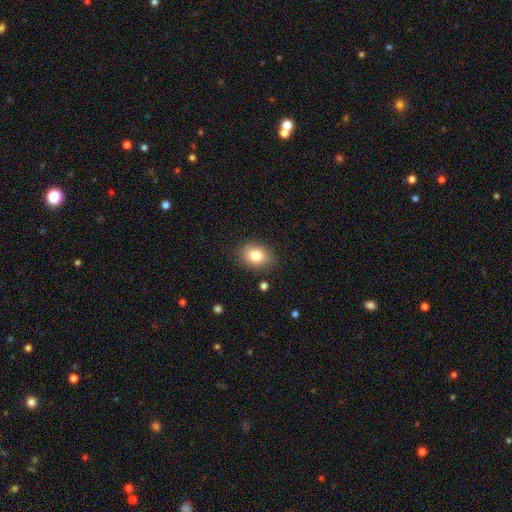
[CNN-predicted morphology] type=smooth (81%); roundness=in between (59%); merging=none (84%).